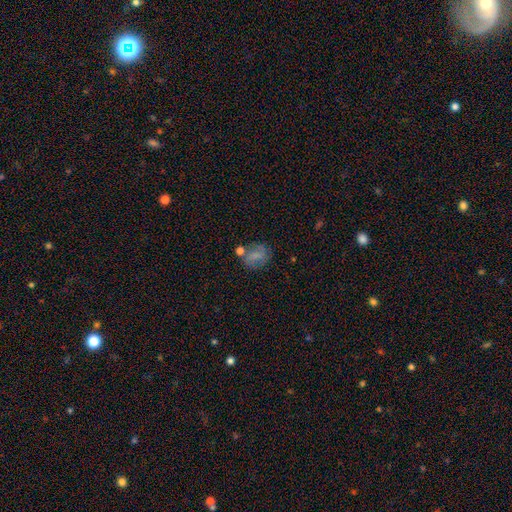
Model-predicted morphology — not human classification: A smooth galaxy with no disk features (61%) that is in between round and cigar-shaped (53%). Merging: none (53%).